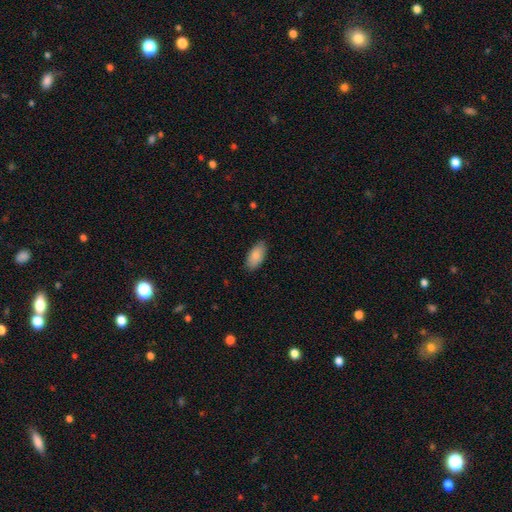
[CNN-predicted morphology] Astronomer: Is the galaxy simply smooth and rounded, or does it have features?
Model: smooth — 88%.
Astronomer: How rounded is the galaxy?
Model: in between — 93%.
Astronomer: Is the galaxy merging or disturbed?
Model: none — 85%.